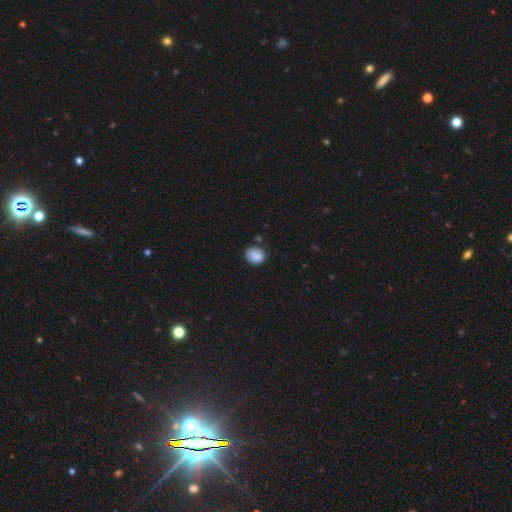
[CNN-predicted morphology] This appears to be a smooth galaxy with no disk features (85%) that is round (66%). Merging: none (77%).